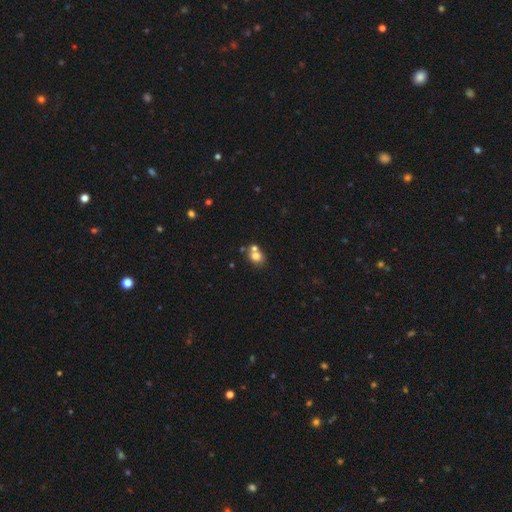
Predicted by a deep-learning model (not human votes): Smooth or featured? smooth (76%)
How rounded? round (68%)
Merging? none (48%)